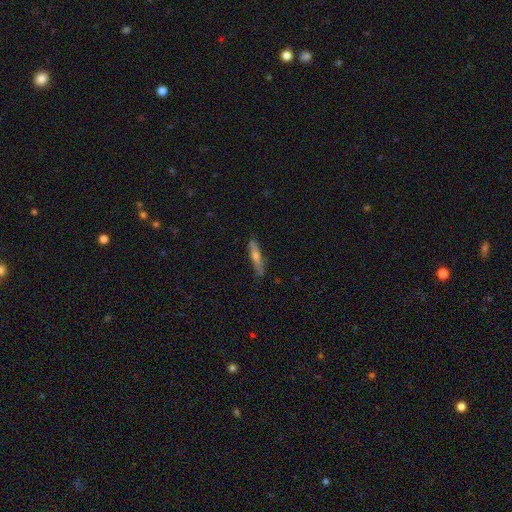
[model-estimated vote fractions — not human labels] Smooth or featured? Predicted: featured or disk (p=0.53). Edge-on disk? Predicted: yes (p=0.92). Merging? Predicted: none (p=0.86).